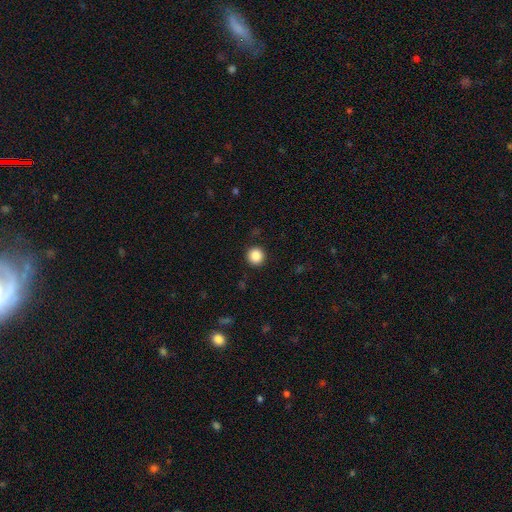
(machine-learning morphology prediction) The model was most divided on "smooth or featured": smooth: 87%, star or artifact: 10%, featured or disk: 3%. More confident: how rounded — round (93%); merging — none (91%).